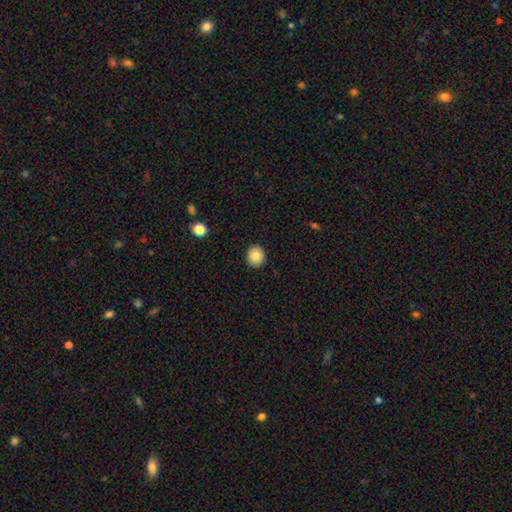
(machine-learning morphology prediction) A smooth galaxy with no disk features (85%) that is round (85%). Merging: none (91%).